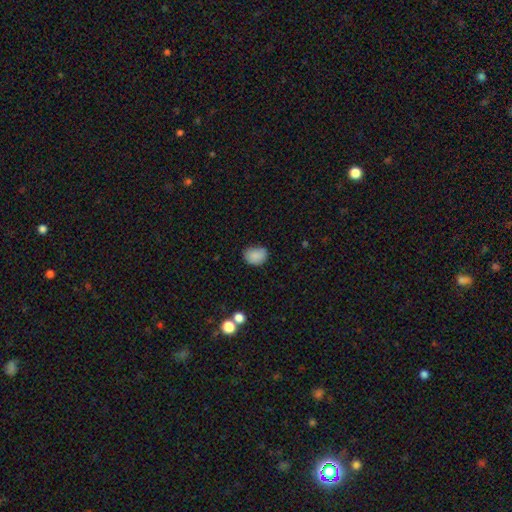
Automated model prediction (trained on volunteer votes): A smooth galaxy with no disk features (85%) that is in between round and cigar-shaped (59%). Merging: none (67%).